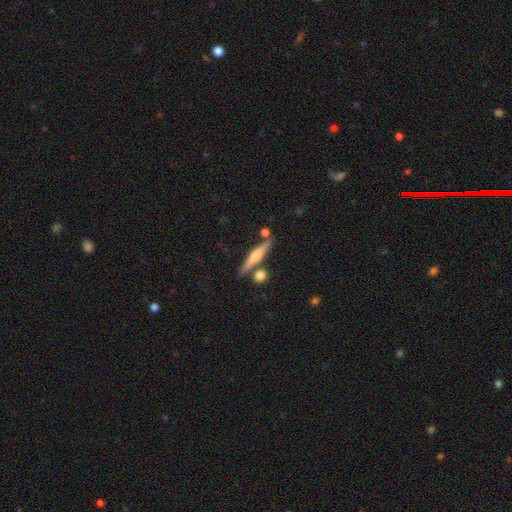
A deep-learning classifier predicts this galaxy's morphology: Overall: featured or disk (55%; smooth 38%). Edge-on disk: yes (96%). Edge-on bulge: rounded (78%). Merging: none (78%).